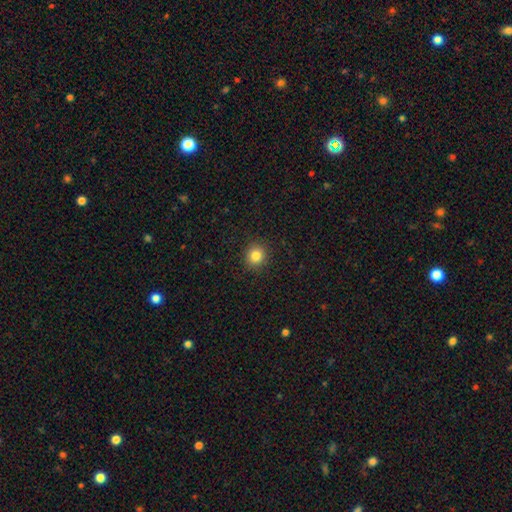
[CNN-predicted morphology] A smooth galaxy with no disk features (84%) that is round (86%). Merging: none (91%).